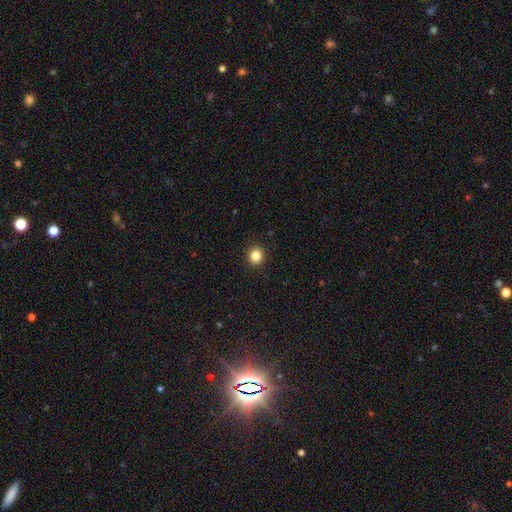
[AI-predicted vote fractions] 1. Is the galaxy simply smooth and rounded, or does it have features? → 84% smooth, 11% star or artifact, 4% featured or disk.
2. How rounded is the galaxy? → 85% round, 14% in between, 1% cigar-shaped.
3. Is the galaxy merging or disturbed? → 92% none, 5% minor disturbance, 2% major disturbance, 1% merger.